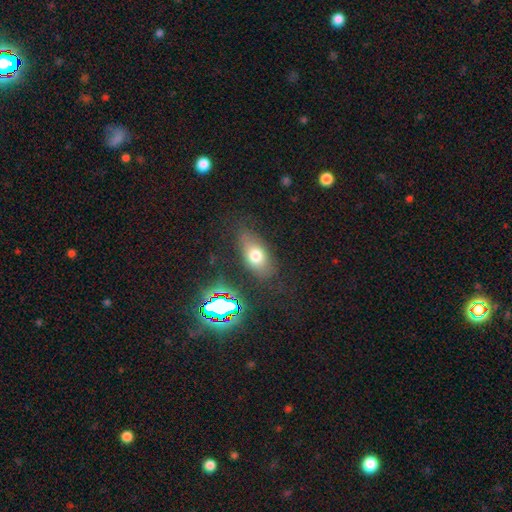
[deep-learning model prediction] Overall: smooth (67%). How rounded: in between (81%). Merging: none (72%).